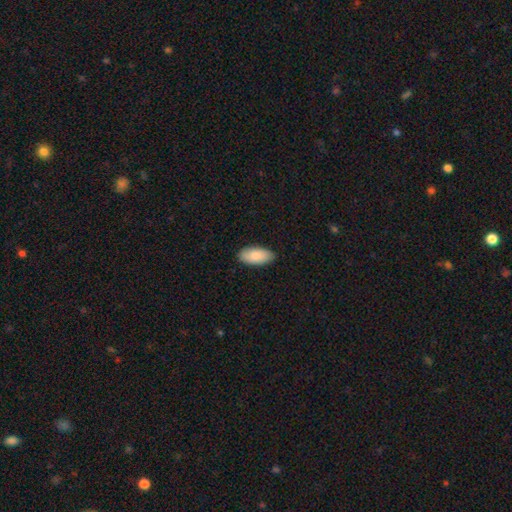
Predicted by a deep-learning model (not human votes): Q: Smooth or featured?
A: smooth (86%); runner-up: featured or disk (9%)
Q: How rounded?
A: in between (93%); runner-up: cigar-shaped (5%)
Q: Merging?
A: none (87%); runner-up: minor disturbance (10%)